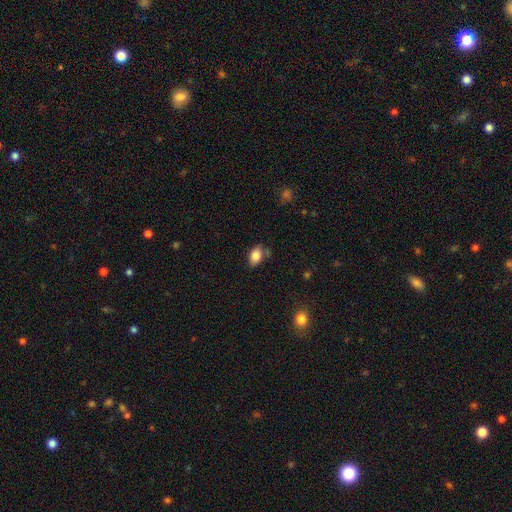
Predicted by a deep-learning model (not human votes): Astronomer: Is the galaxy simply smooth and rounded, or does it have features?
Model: smooth — 84%.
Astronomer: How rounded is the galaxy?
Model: in between — 85%.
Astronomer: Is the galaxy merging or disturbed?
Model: none — 72%.